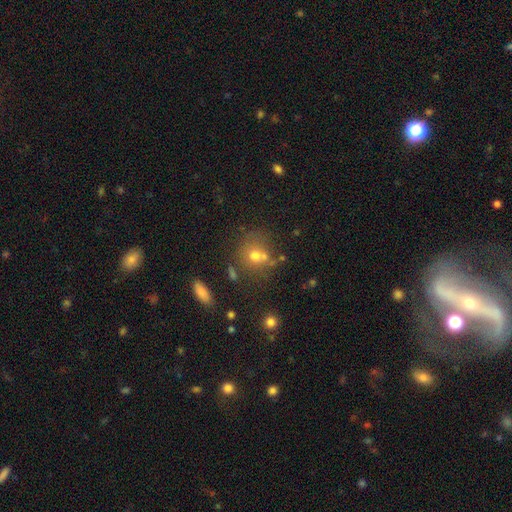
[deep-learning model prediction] Smooth or featured?
  - smooth: 67% *
  - star or artifact: 17%
  - featured or disk: 16%
How rounded?
  - round: 78% *
  - in between: 21%
  - cigar-shaped: 1%
Merging?
  - none: 55% *
  - merger: 24%
  - minor disturbance: 14%
  - major disturbance: 7%